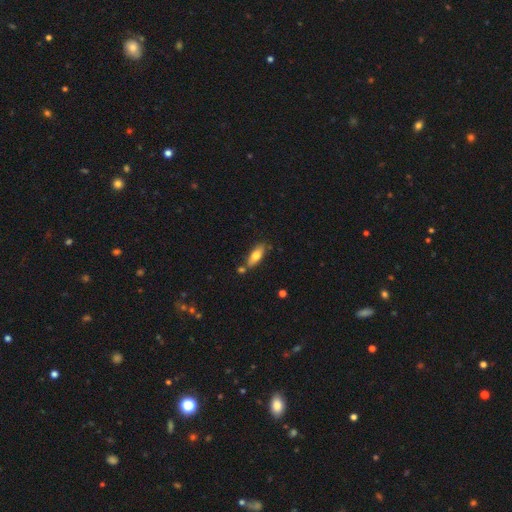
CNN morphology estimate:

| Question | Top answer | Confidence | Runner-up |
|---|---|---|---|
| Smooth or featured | smooth | 71% | featured or disk (23%) |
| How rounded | in between | 64% | cigar-shaped (34%) |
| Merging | none | 70% | minor disturbance (16%) |